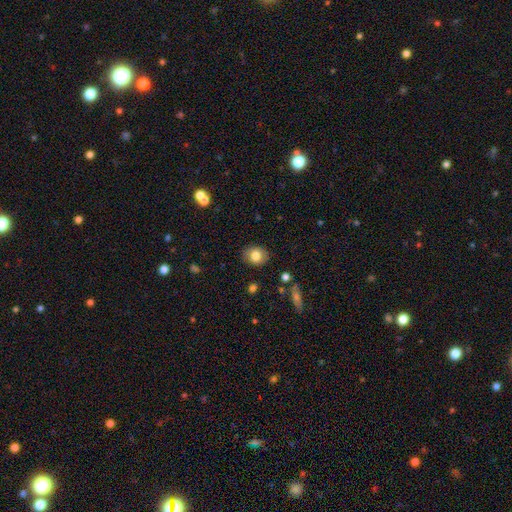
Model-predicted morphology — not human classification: A smooth galaxy with no disk features (79%) that is in between round and cigar-shaped (51%).

Vote fractions:
- Smooth or featured? smooth: 79% / featured or disk: 12% / star or artifact: 9%
- How rounded? in between: 51% / round: 48% / cigar-shaped: 1%
- Merging? none: 86% / minor disturbance: 10% / major disturbance: 2% / merger: 1%